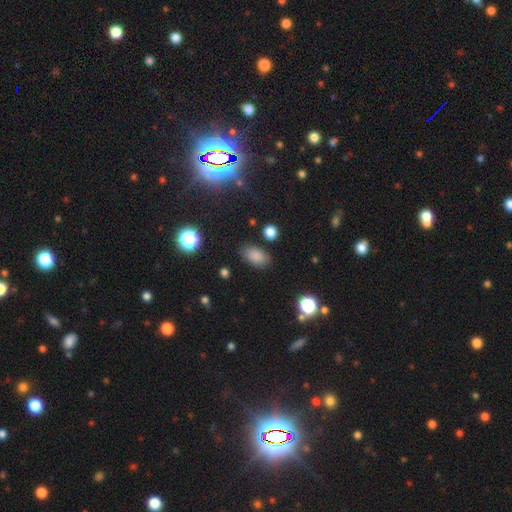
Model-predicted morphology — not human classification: Smooth or featured: smooth — 82% (star or artifact — 12%)
How rounded: in between — 90% (round — 8%)
Merging: none — 81% (minor disturbance — 13%)